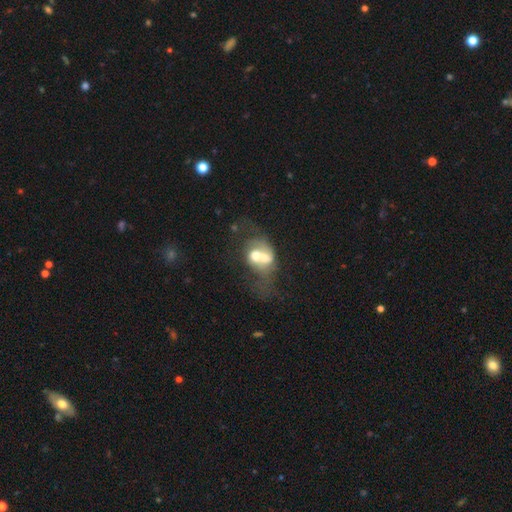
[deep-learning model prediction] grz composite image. It shows a featured or disk galaxy (49%). Merging: merger (72%).